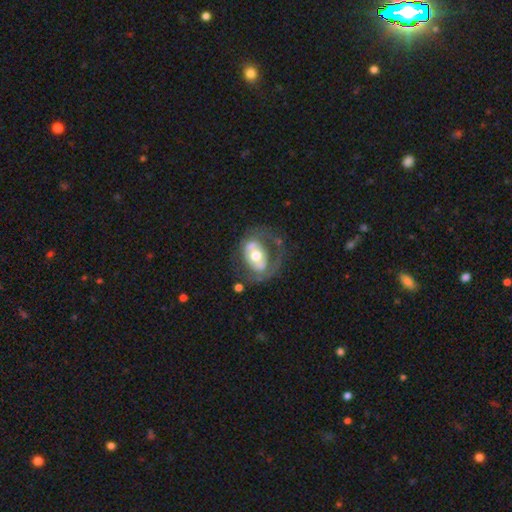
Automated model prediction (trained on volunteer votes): smooth_or_featured: featured or disk (p=0.63) [alt: smooth p=0.31]
disk_edge_on: no (p=0.94) [alt: yes p=0.06]
bar: no (p=0.57) [alt: weak p=0.24]
has_spiral_arms: no (p=0.57) [alt: yes p=0.43]
bulge_size: moderate (p=0.68) [alt: large p=0.20]
merging: none (p=0.50) [alt: major disturbance p=0.26]